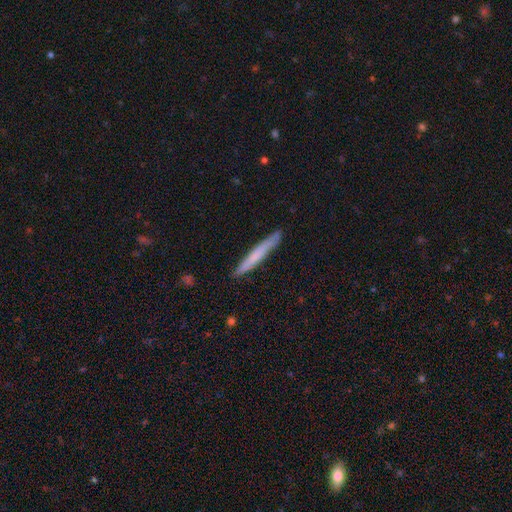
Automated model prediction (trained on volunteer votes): The model was most divided on "smooth or featured": smooth: 64%, featured or disk: 30%, star or artifact: 6%. More confident: how rounded — cigar-shaped (96%); merging — none (88%).